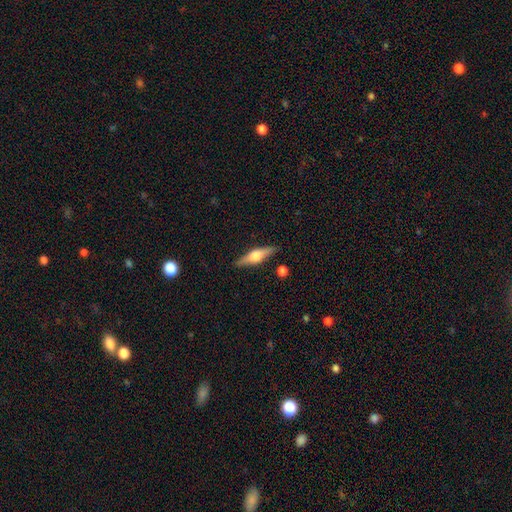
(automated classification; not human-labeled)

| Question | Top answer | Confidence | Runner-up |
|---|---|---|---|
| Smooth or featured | featured or disk | 63% | smooth (31%) |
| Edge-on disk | yes | 96% | no (4%) |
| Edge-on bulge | rounded | 93% | boxy (5%) |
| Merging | none | 87% | minor disturbance (8%) |